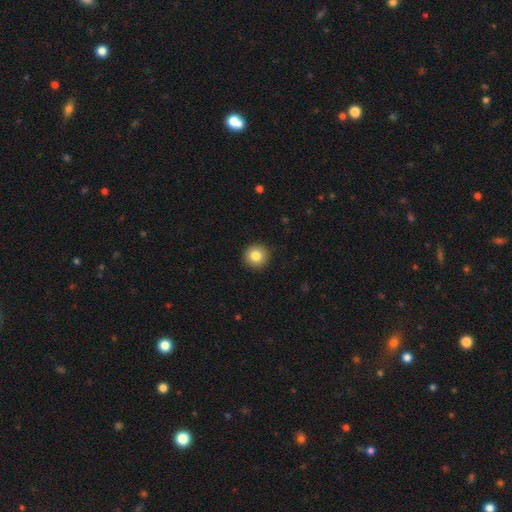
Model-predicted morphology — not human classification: The model was most divided on "smooth or featured": smooth: 83%, star or artifact: 9%, featured or disk: 8%. More confident: how rounded — round (95%); merging — none (92%).